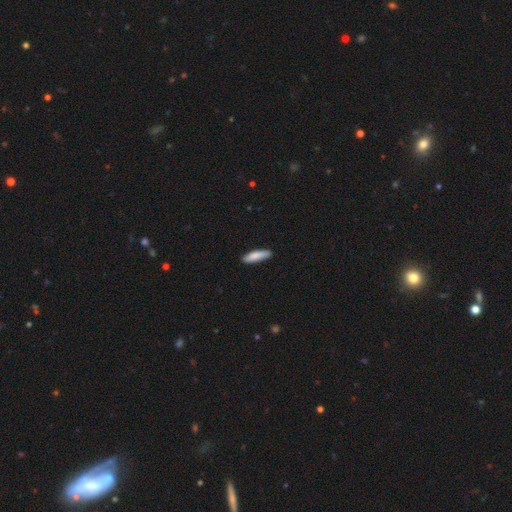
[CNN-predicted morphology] smooth-or-featured: smooth: 85% | featured or disk: 9% | star or artifact: 6%
  how-rounded: cigar-shaped: 72% | in between: 26% | round: 1%
  merging: none: 85% | minor disturbance: 12% | major disturbance: 2% | merger: 1%